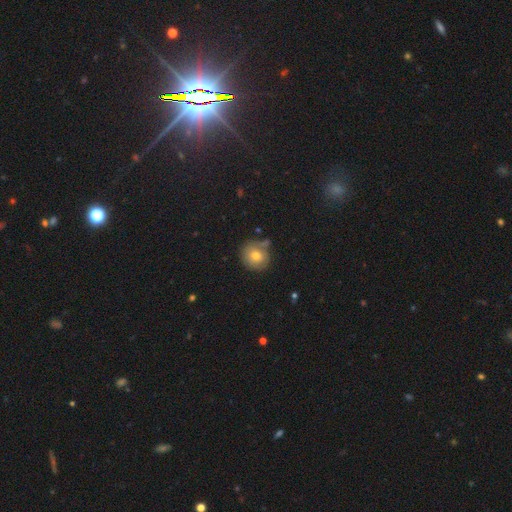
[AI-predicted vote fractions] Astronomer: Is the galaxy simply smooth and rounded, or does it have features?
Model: smooth — 71%.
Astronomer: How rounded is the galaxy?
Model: round — 87%.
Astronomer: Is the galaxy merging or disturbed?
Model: none — 70%.